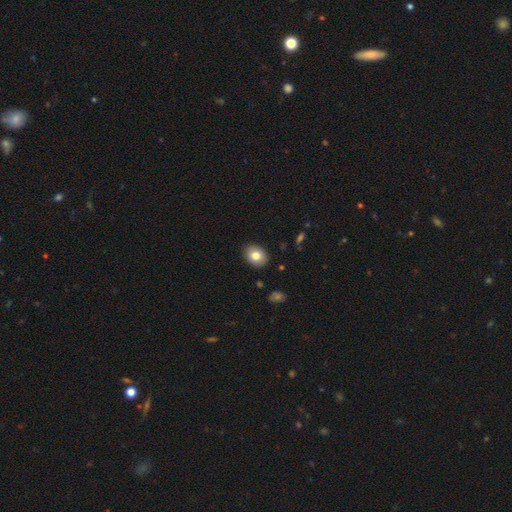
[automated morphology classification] smooth-or-featured: smooth: 79% | featured or disk: 13% | star or artifact: 8%
  how-rounded: in between: 63% | round: 36% | cigar-shaped: 1%
  merging: none: 89% | minor disturbance: 8% | major disturbance: 2% | merger: 1%